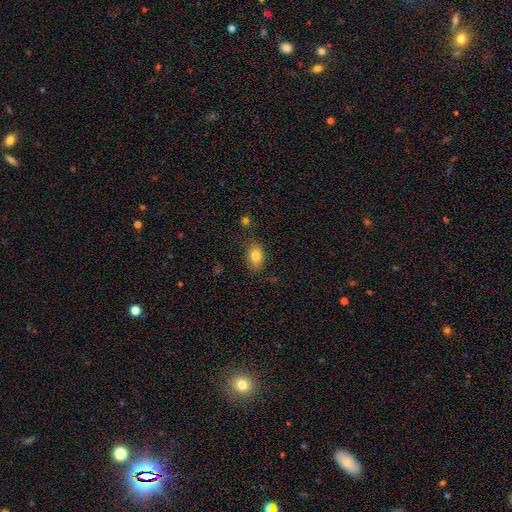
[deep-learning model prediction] A smooth galaxy with no disk features (81%) that is in between round and cigar-shaped (84%). Merging: none (80%).